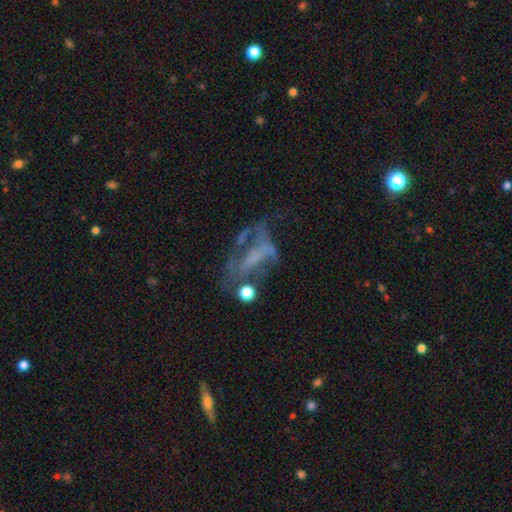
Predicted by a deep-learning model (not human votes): Smooth or featured? Predicted: featured or disk (p=0.57). Edge-on disk? Predicted: no (p=0.91). Bar? Predicted: no (p=0.63). Spiral arms? Predicted: no (p=0.72). Bulge size? Predicted: none (p=0.64). Merging? Predicted: major disturbance (p=0.41).